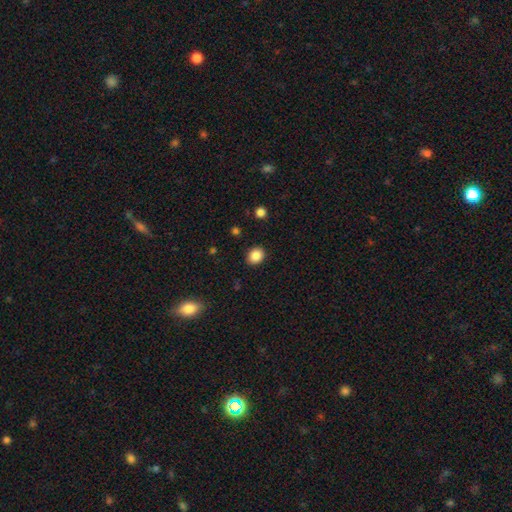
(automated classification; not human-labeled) Smooth or featured? Predicted: smooth (p=0.86). How rounded? Predicted: round (p=0.58). Merging? Predicted: none (p=0.89).